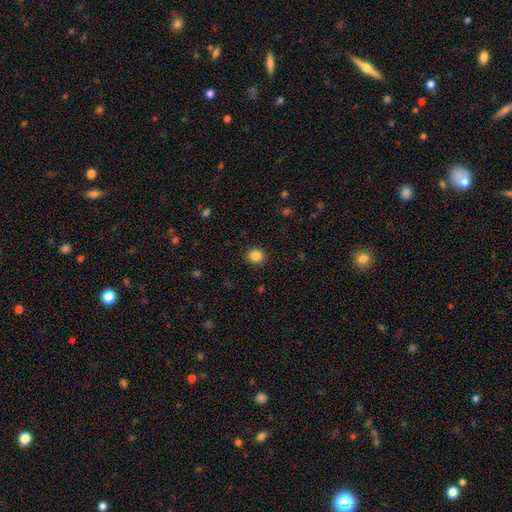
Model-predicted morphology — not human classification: smooth_or_featured: smooth (p=0.85) [alt: star or artifact p=0.11]
how_rounded: round (p=0.82) [alt: in between p=0.18]
merging: none (p=0.91) [alt: minor disturbance p=0.06]